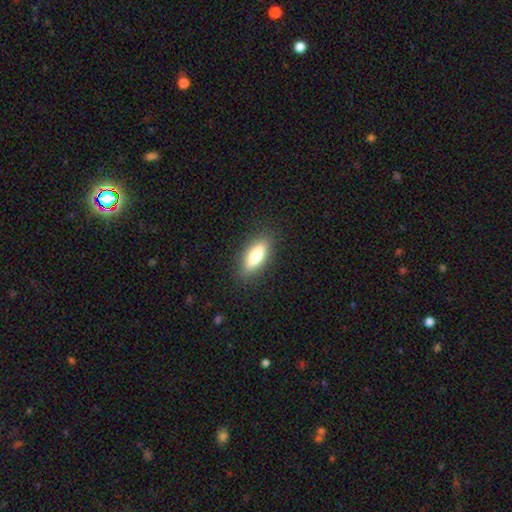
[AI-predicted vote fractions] Overall: smooth (70%). How rounded: in between (63%; cigar-shaped 35%). Merging: none (86%).